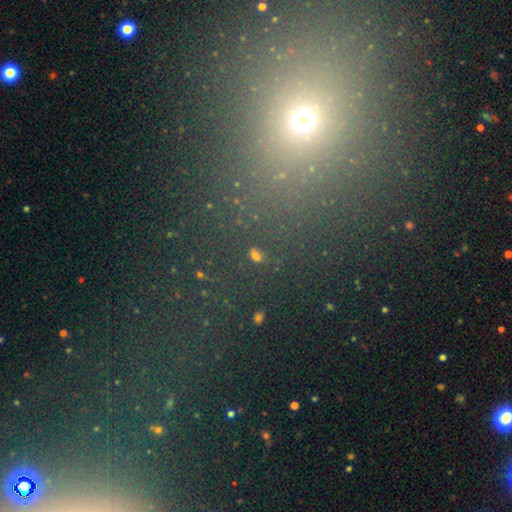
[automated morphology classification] Smooth or featured: smooth — 49% (star or artifact — 40%)
Merging: none — 77% (minor disturbance — 11%)